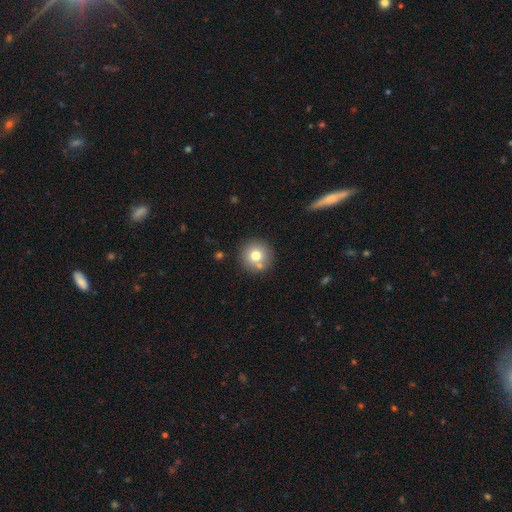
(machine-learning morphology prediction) smooth 73%, featured or disk 15%, star or artifact 12%. Down the decision tree: how rounded — round (95%); merging — none (78%).